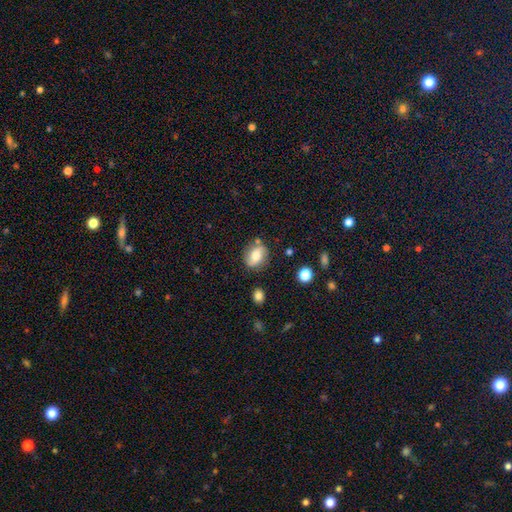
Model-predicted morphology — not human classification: Smooth or featured? Predicted: smooth (p=0.54). How rounded? Predicted: in between (p=0.54). Merging? Predicted: none (p=0.73).